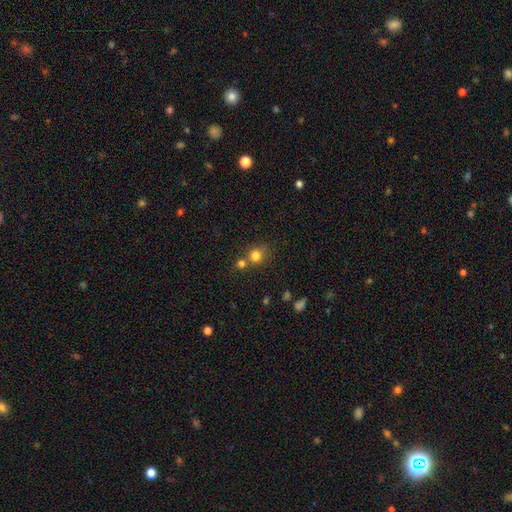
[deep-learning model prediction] smooth_or_featured: smooth (p=0.79) [alt: star or artifact p=0.13]
how_rounded: round (p=0.83) [alt: in between p=0.16]
merging: none (p=0.54) [alt: merger p=0.31]